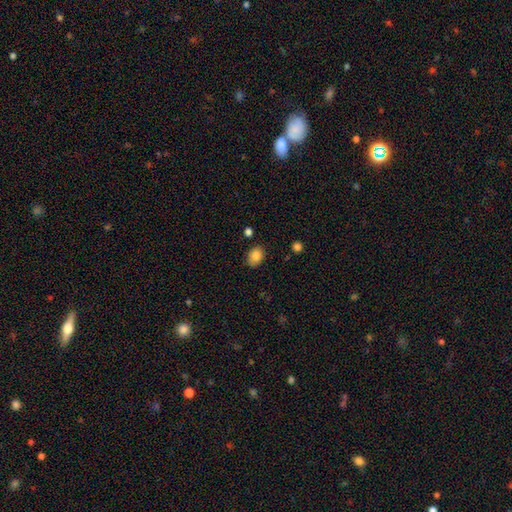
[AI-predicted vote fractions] A smooth galaxy with no disk features (85%) that is in between round and cigar-shaped (64%).

Vote fractions:
- Smooth or featured? smooth: 85% / star or artifact: 9% / featured or disk: 7%
- How rounded? in between: 64% / round: 35% / cigar-shaped: 1%
- Merging? none: 82% / minor disturbance: 13% / major disturbance: 3% / merger: 2%